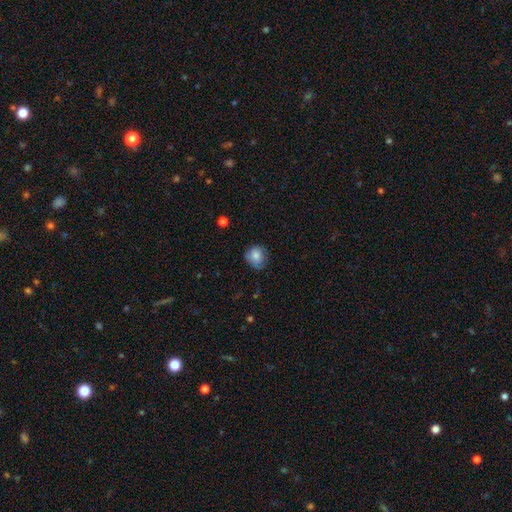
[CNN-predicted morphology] Overall: smooth (80%). How rounded: round (80%). Merging: none (67%).